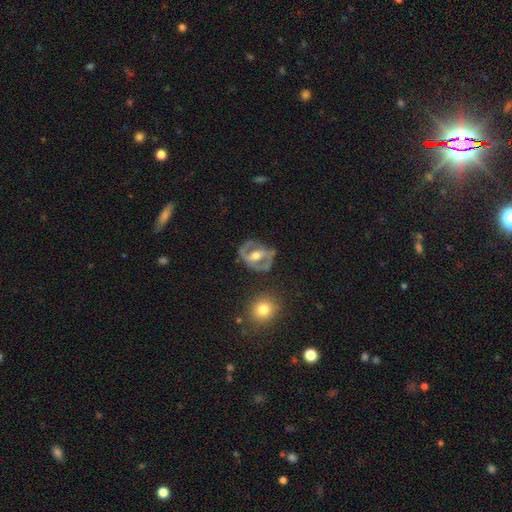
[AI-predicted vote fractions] A featured or disk galaxy (77%) with a strong bar (40%), spiral arms (66%) and a moderate central bulge (67%). Merging: none (69%).